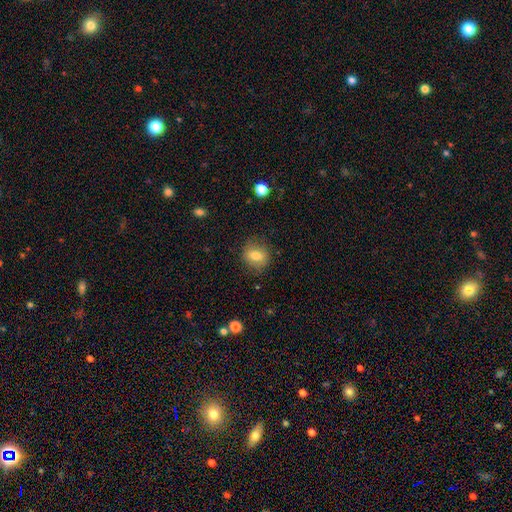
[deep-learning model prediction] smooth-or-featured: smooth: 76% | featured or disk: 15% | star or artifact: 9%
  how-rounded: round: 59% | in between: 40% | cigar-shaped: 2%
  merging: none: 81% | minor disturbance: 14% | major disturbance: 4% | merger: 1%